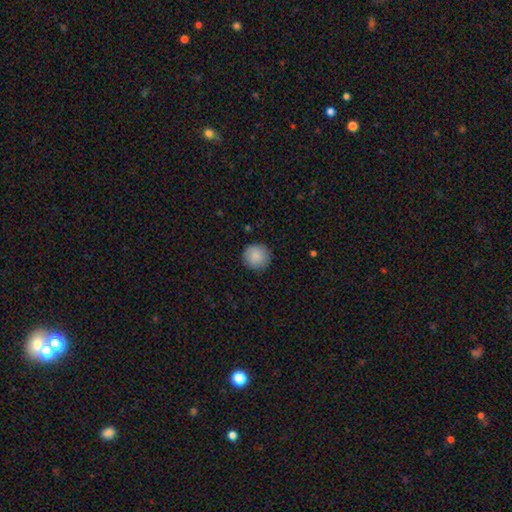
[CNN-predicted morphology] This appears to be a smooth galaxy with no disk features (88%) that is round (94%). Merging: none (89%).